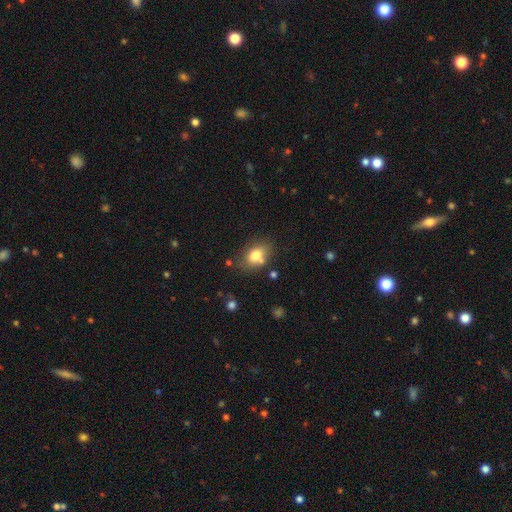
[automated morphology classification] A smooth galaxy with no disk features (75%) that is in between round and cigar-shaped (70%).

Vote fractions:
- Smooth or featured? smooth: 75% / featured or disk: 15% / star or artifact: 10%
- How rounded? in between: 70% / round: 28% / cigar-shaped: 2%
- Merging? none: 62% / minor disturbance: 19% / merger: 14% / major disturbance: 6%